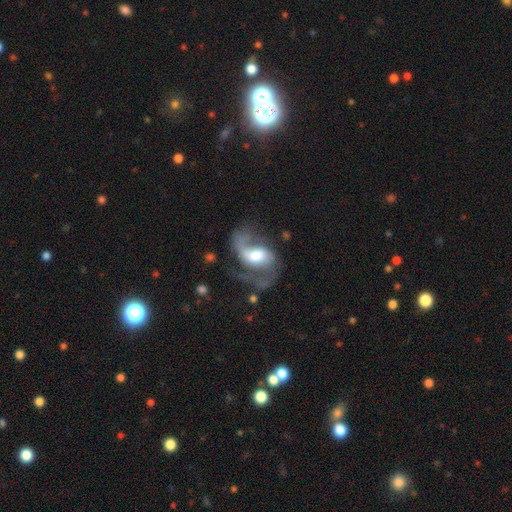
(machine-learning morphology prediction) Smooth or featured: featured or disk — 83% (smooth — 12%)
Edge-on disk: no — 97% (yes — 3%)
Bar: weak — 43% (no — 35%)
Spiral arms: yes — 94% (no — 6%)
Spiral winding: loose — 51% (medium — 40%)
Spiral arm count: 2 — 78% (1 — 14%)
Bulge size: moderate — 56% (large — 26%)
Merging: none — 47% (major disturbance — 30%)